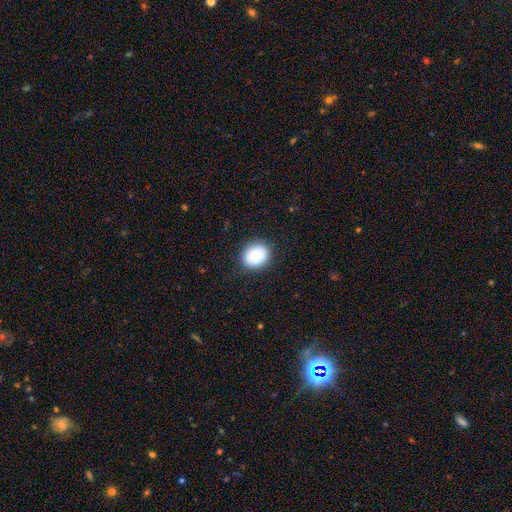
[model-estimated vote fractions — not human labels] The model was most divided on "how rounded": round: 63%, in between: 36%, cigar-shaped: 1%. More confident: smooth or featured — smooth (89%); merging — none (87%).